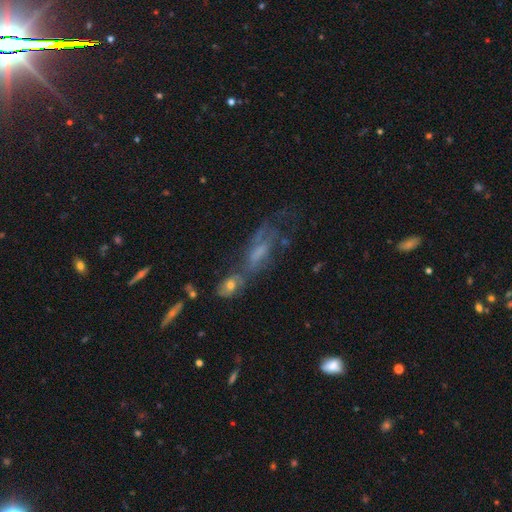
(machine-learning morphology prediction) smooth-or-featured: featured or disk: 50% | star or artifact: 28% | smooth: 23%
  merging: merger: 38% | none: 33% | major disturbance: 16% | minor disturbance: 13%